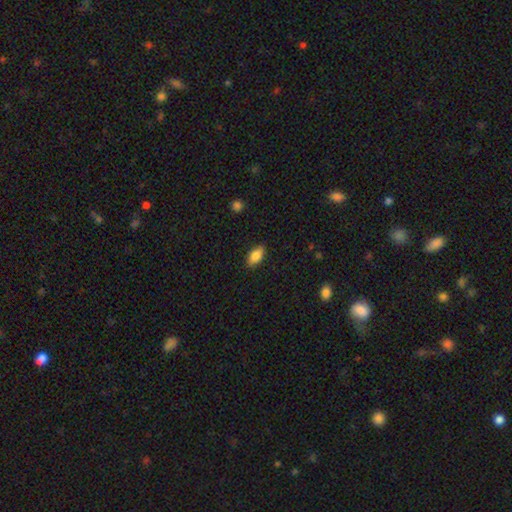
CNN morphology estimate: Overall: smooth (82%). How rounded: in between (88%). Merging: none (87%).